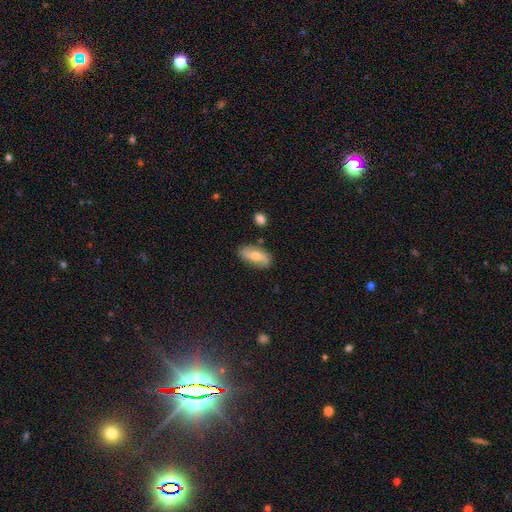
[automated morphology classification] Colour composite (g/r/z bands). It shows a featured or disk galaxy (48%). Merging: none (74%).